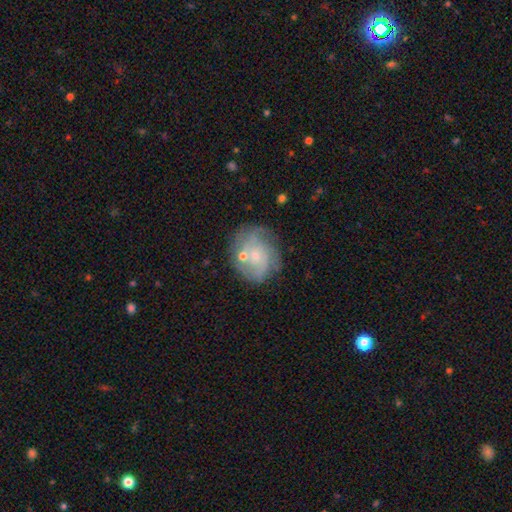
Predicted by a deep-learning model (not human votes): Q: Smooth or featured?
A: featured or disk (68%); runner-up: smooth (24%)
Q: Edge-on disk?
A: no (98%); runner-up: yes (2%)
Q: Bar?
A: no (77%); runner-up: weak (20%)
Q: Spiral arms?
A: yes (83%); runner-up: no (17%)
Q: Spiral winding?
A: tight (51%); runner-up: medium (34%)
Q: Spiral arm count?
A: can't tell (39%); runner-up: 3 (21%)
Q: Bulge size?
A: small (74%); runner-up: moderate (19%)
Q: Merging?
A: none (61%); runner-up: minor disturbance (20%)